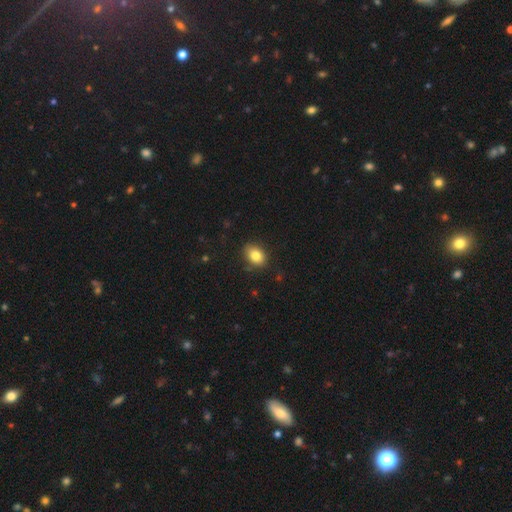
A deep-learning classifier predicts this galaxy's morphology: A smooth galaxy with no disk features (83%) that is in between round and cigar-shaped (73%).

Vote fractions:
- Smooth or featured? smooth: 83% / star or artifact: 9% / featured or disk: 8%
- How rounded? in between: 73% / round: 26% / cigar-shaped: 1%
- Merging? none: 84% / minor disturbance: 12% / major disturbance: 3% / merger: 1%